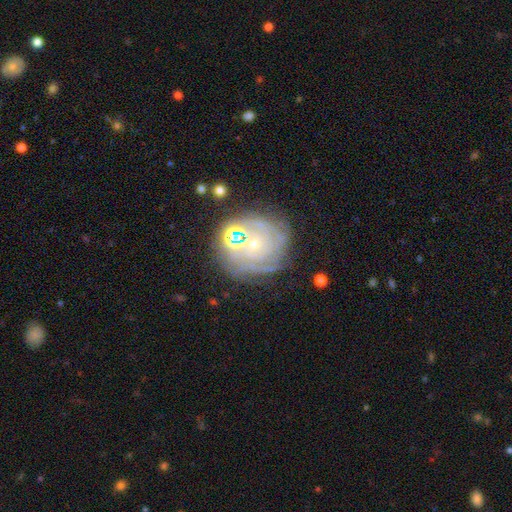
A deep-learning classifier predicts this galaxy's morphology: This is likely a featured or disk galaxy (66%). It is clearly not viewed edge-on (97%). Bar: likely no (78%). Spiral arm pattern: clearly yes (83%). Spiral arm count: marginally can't tell (43%). Spiral winding: likely tight (77%). Central bulge: likely small (66%). Merging: likely none (71%).